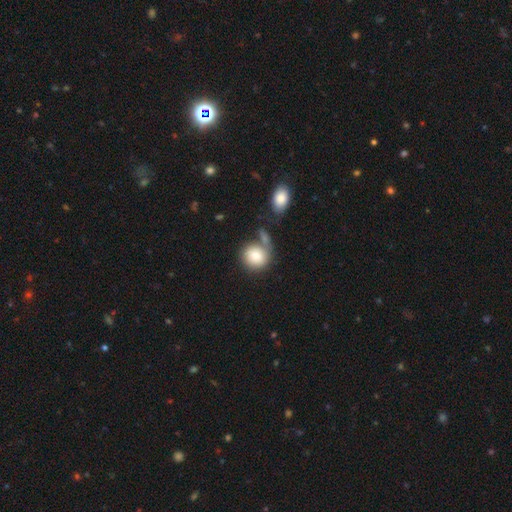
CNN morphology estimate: smooth-or-featured: smooth: 83% | featured or disk: 10% | star or artifact: 7%
  how-rounded: round: 79% | in between: 20% | cigar-shaped: 1%
  merging: none: 48% | merger: 29% | minor disturbance: 15% | major disturbance: 9%